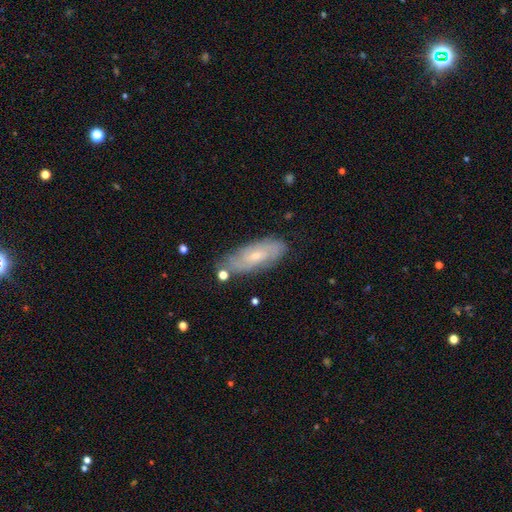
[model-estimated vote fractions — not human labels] Smooth or featured: featured or disk — 62% (smooth — 31%)
Edge-on disk: no — 86% (yes — 14%)
Bar: no — 63% (weak — 32%)
Spiral arms: yes — 84% (no — 16%)
Bulge size: small — 63% (moderate — 32%)
Merging: none — 75% (minor disturbance — 17%)